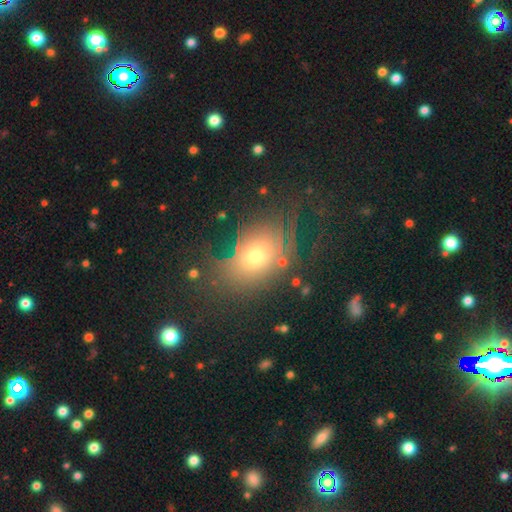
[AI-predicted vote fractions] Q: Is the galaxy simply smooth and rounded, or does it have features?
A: smooth — 54%.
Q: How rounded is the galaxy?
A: in between — 64%.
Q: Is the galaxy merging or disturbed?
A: none — 62%.